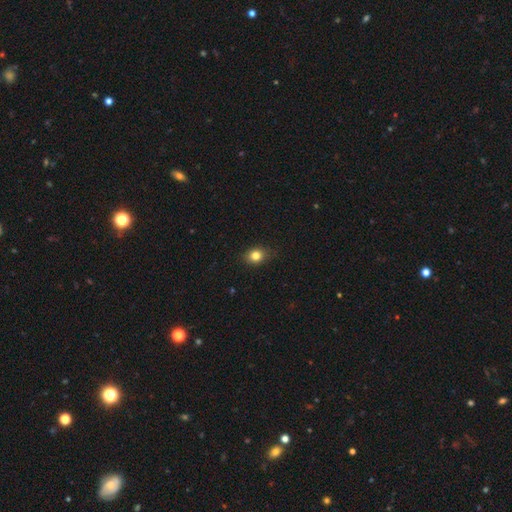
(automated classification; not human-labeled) Morphology: type=smooth (81%); roundness=round (57%); merging=none (83%).